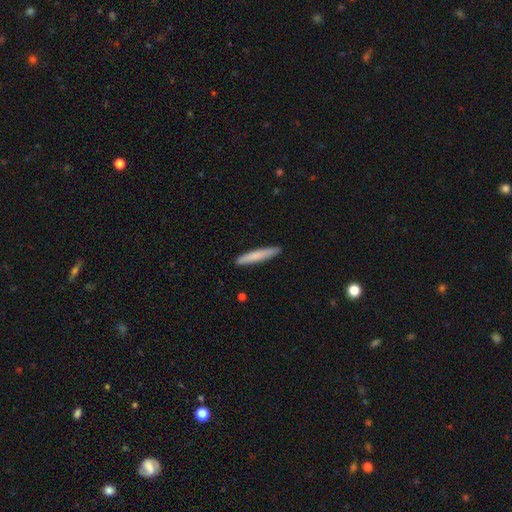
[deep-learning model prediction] Q: Smooth or featured?
A: smooth (79%); runner-up: featured or disk (15%)
Q: How rounded?
A: cigar-shaped (95%); runner-up: in between (4%)
Q: Merging?
A: none (91%); runner-up: minor disturbance (7%)